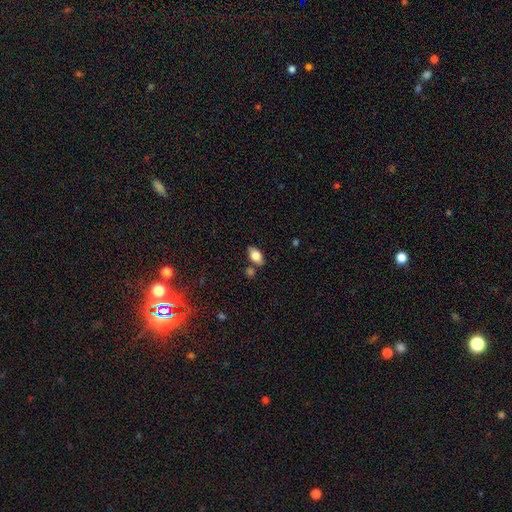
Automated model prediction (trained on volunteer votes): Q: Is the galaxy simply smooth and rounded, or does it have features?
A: smooth — 79%.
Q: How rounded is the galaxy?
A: in between — 90%.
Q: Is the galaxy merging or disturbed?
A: none — 75%.